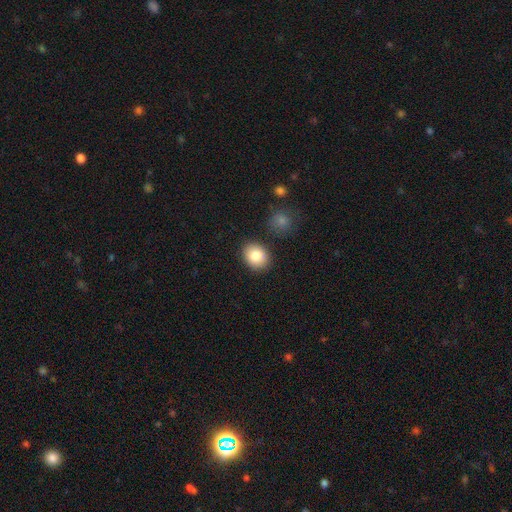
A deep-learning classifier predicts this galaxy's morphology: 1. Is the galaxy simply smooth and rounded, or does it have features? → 84% smooth, 8% star or artifact, 8% featured or disk.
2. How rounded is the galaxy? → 52% round, 47% in between, 1% cigar-shaped.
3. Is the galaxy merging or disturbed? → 85% none, 9% minor disturbance, 3% merger, 2% major disturbance.